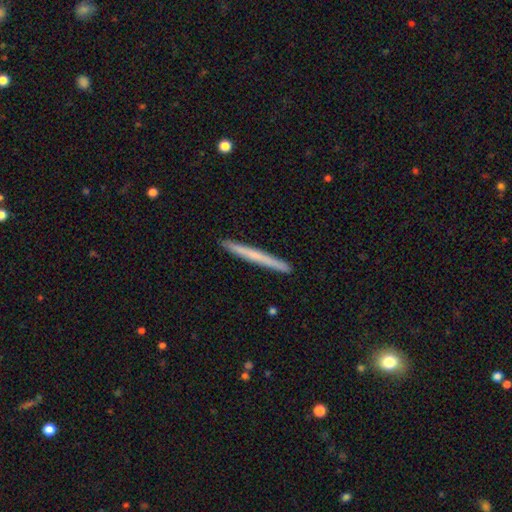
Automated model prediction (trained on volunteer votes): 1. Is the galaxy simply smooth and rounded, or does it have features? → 54% smooth, 41% featured or disk, 6% star or artifact.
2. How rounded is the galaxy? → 97% cigar-shaped, 1% in between, 1% round.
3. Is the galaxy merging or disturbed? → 93% none, 5% minor disturbance, 1% major disturbance, 1% merger.